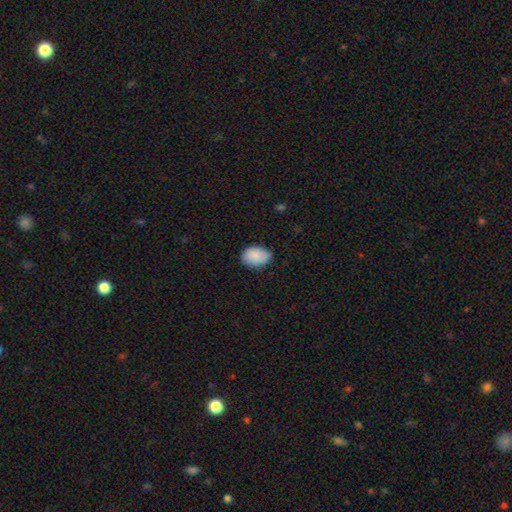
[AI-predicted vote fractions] Smooth or featured? smooth (88%)
How rounded? in between (85%)
Merging? none (69%)